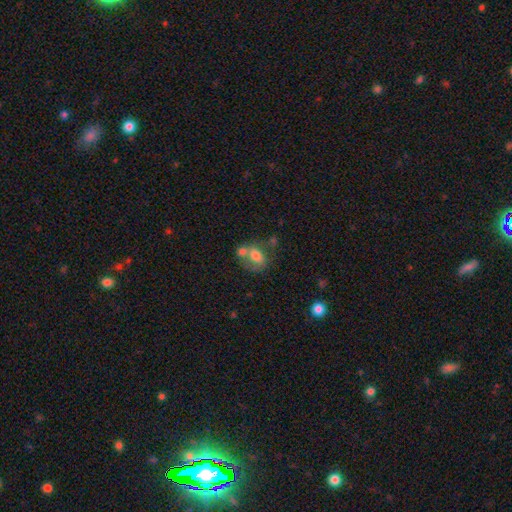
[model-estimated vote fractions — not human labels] smooth_or_featured: smooth (p=0.64) [alt: featured or disk p=0.26]
how_rounded: in between (p=0.63) [alt: round p=0.35]
merging: merger (p=0.45) [alt: none p=0.31]